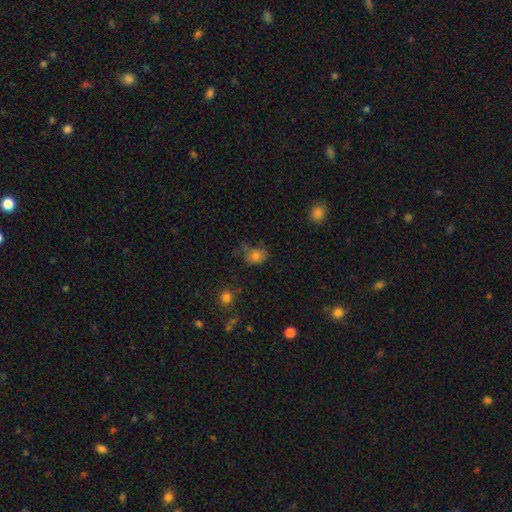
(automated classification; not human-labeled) This appears to be a smooth galaxy with no disk features (75%) that is in between round and cigar-shaped (59%). Merging: none (50%).